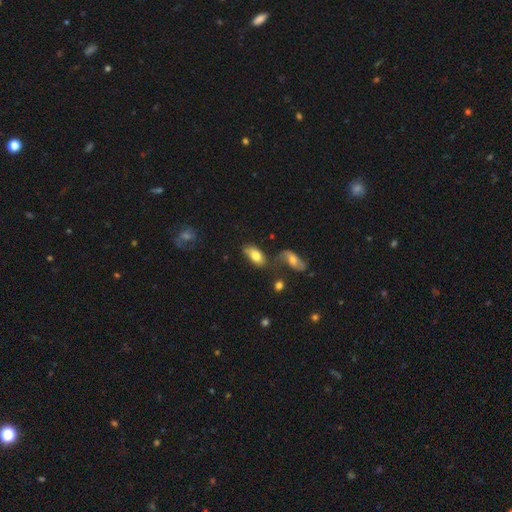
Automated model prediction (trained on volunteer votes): smooth 75%, featured or disk 18%, star or artifact 7%. Down the decision tree: how rounded — in between (91%); merging — none (47%).